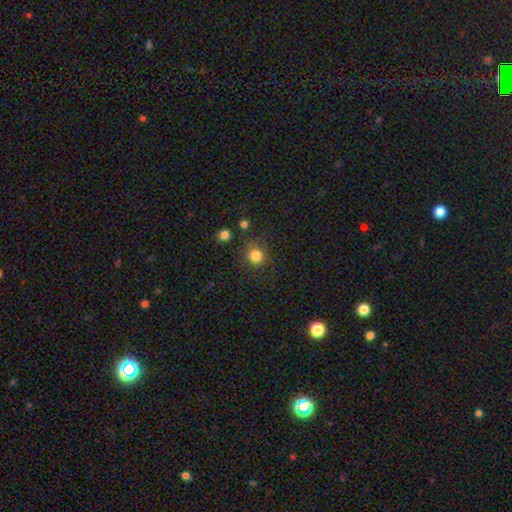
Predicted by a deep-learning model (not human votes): Smooth or featured? smooth (83%)
How rounded? round (89%)
Merging? none (79%)